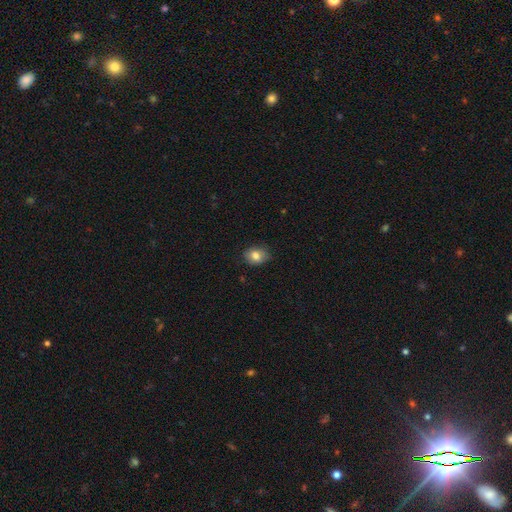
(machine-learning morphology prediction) smooth-or-featured: smooth: 80% | featured or disk: 11% | star or artifact: 9%
  how-rounded: in between: 60% | round: 39% | cigar-shaped: 1%
  merging: none: 77% | minor disturbance: 19% | major disturbance: 3% | merger: 1%